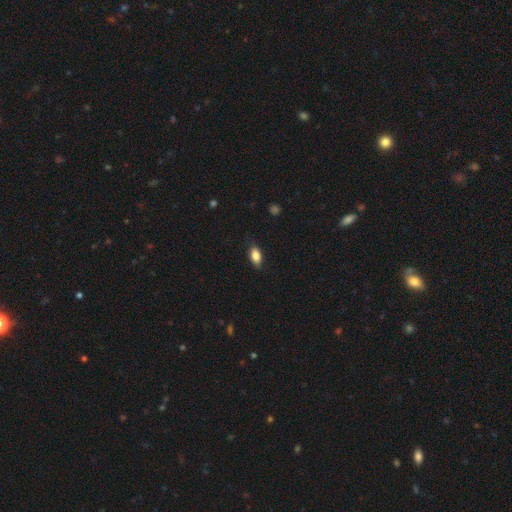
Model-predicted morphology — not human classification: This appears to be a smooth galaxy with no disk features (84%) that is in between round and cigar-shaped (89%). Merging: none (82%).